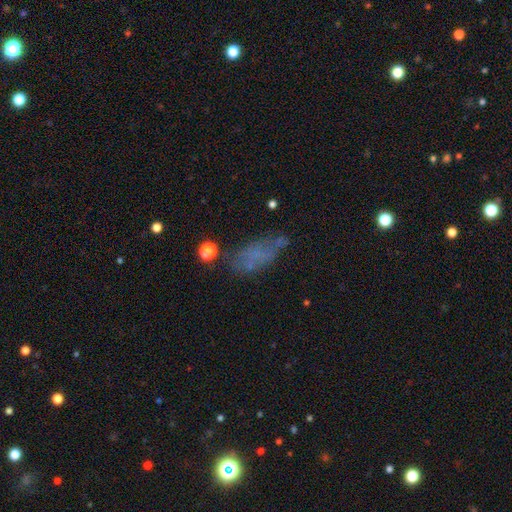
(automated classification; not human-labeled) A smooth galaxy with no disk features (49%).

Vote fractions:
- Smooth or featured? smooth: 49% / featured or disk: 32% / star or artifact: 19%
- Merging? none: 48% / minor disturbance: 24% / major disturbance: 21% / merger: 7%